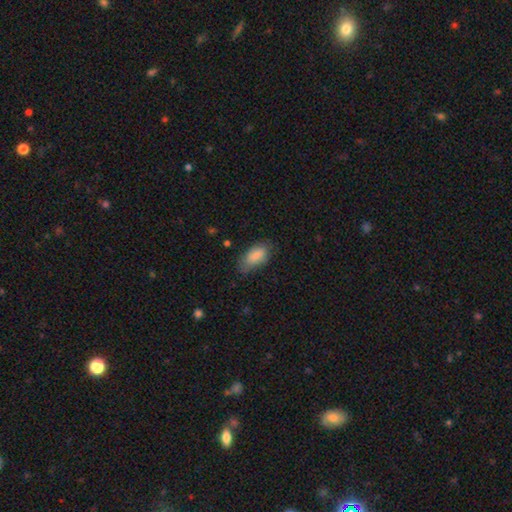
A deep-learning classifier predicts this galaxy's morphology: This appears to be a smooth galaxy with no disk features (83%) that is in between round and cigar-shaped (91%). Merging: none (67%).